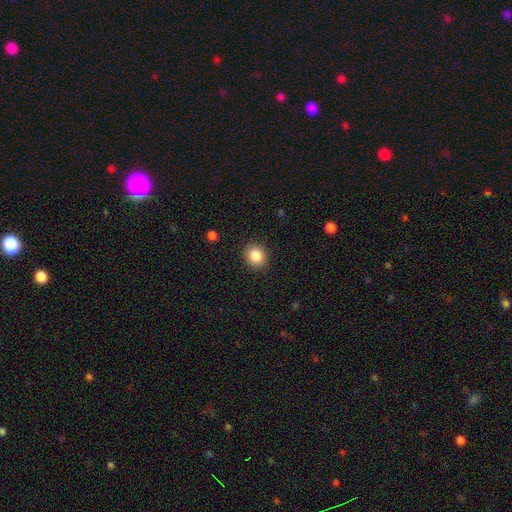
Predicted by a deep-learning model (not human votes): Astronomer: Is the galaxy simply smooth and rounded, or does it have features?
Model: smooth — 86%.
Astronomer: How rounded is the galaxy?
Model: round — 70%.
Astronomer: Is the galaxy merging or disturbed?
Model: none — 89%.